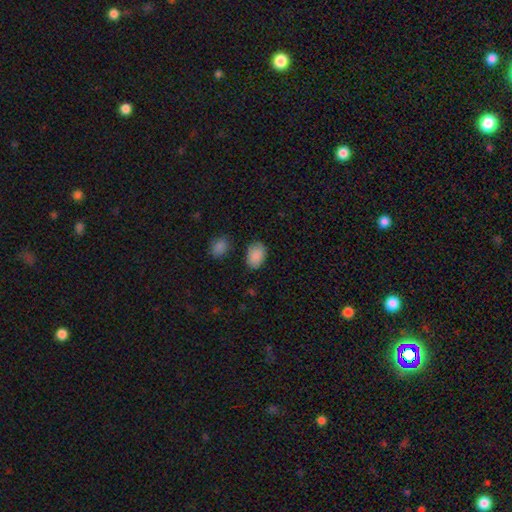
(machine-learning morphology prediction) smooth_or_featured: smooth (p=0.89) [alt: star or artifact p=0.08]
how_rounded: in between (p=0.86) [alt: round p=0.13]
merging: none (p=0.79) [alt: minor disturbance p=0.14]